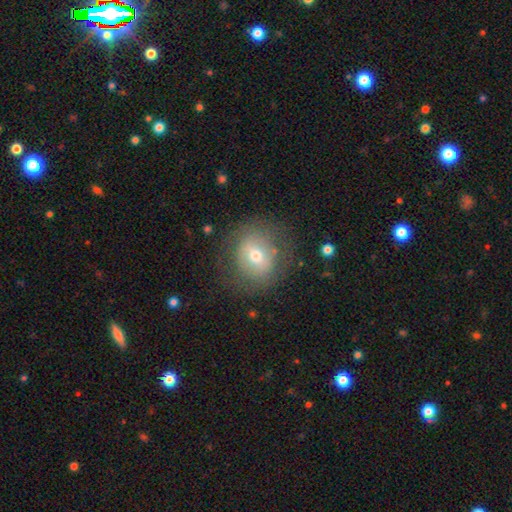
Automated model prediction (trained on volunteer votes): smooth_or_featured: smooth (p=0.54) [alt: featured or disk p=0.36]
how_rounded: round (p=0.75) [alt: in between p=0.24]
merging: none (p=0.72) [alt: minor disturbance p=0.16]